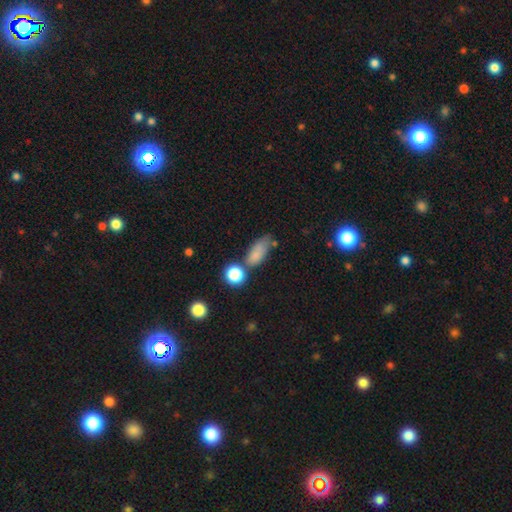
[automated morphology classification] smooth_or_featured: smooth (p=0.79) [alt: star or artifact p=0.12]
how_rounded: in between (p=0.73) [alt: cigar-shaped p=0.17]
merging: none (p=0.50) [alt: minor disturbance p=0.23]